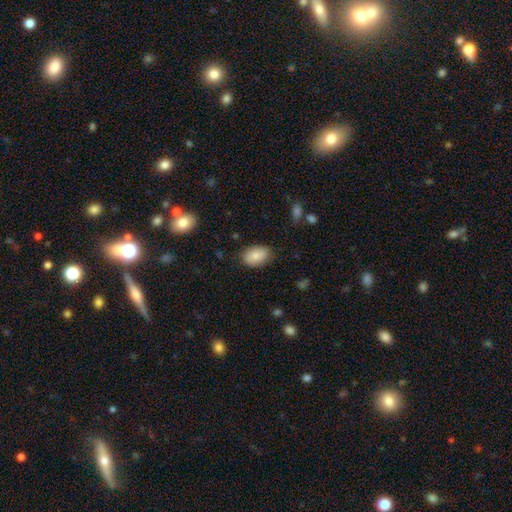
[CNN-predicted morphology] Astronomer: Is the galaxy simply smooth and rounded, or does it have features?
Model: smooth — 84%.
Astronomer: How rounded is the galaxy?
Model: in between — 89%.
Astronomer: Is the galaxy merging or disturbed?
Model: none — 82%.